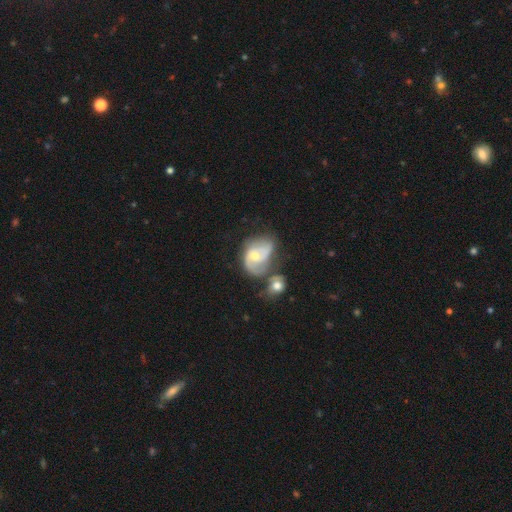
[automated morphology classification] smooth-or-featured: featured or disk: 76% | smooth: 18% | star or artifact: 6%
  disk-edge-on: no: 97% | yes: 3%
    bar: no: 63% | weak: 32% | strong: 6%
    has-spiral-arms: yes: 88% | no: 12%
      spiral-winding: medium: 45% | tight: 31% | loose: 24%
      spiral-arm-count: 2: 67% | can't tell: 16% | 1: 10% | 3: 5% | 4: 2% | more than 4: 2%
    bulge-size: moderate: 59% | small: 35% | large: 3% | none: 2% | dominant: 1%
  merging: merger: 34% | none: 27% | minor disturbance: 20% | major disturbance: 19%